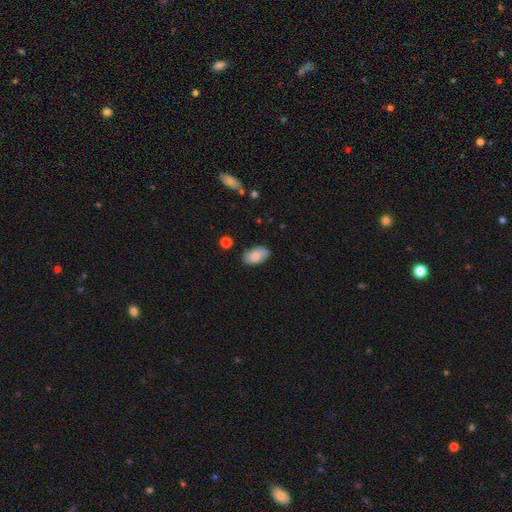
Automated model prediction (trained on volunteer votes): Q: Smooth or featured?
A: smooth (80%); runner-up: featured or disk (13%)
Q: How rounded?
A: in between (93%); runner-up: round (5%)
Q: Merging?
A: none (79%); runner-up: minor disturbance (16%)